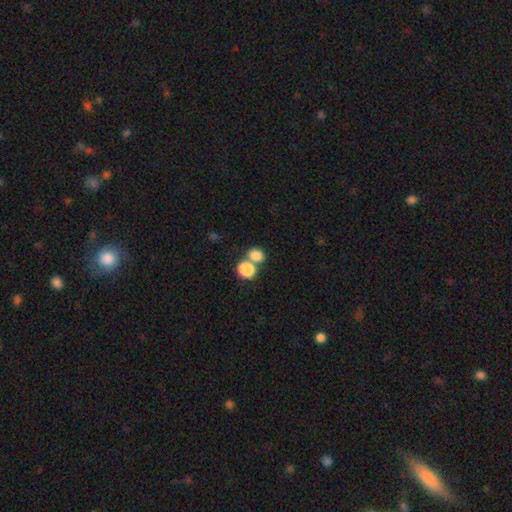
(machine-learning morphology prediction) The model was most divided on "merging": none: 52%, merger: 37%, minor disturbance: 7%, major disturbance: 3%. More confident: smooth or featured — smooth (82%); how rounded — round (63%).